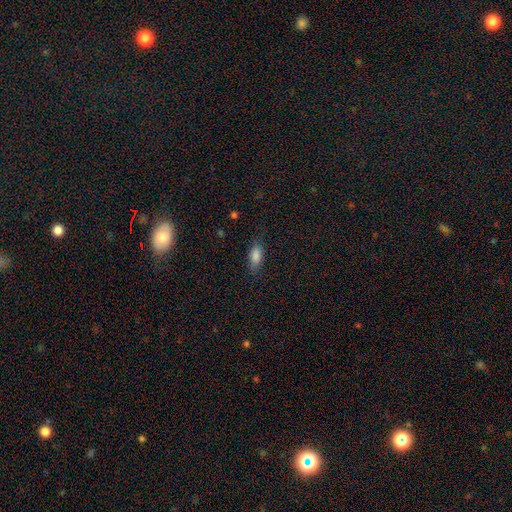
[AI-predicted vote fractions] The model was most divided on "merging": none: 77%, minor disturbance: 17%, major disturbance: 5%, merger: 1%. More confident: smooth or featured — smooth (83%); how rounded — in between (82%).